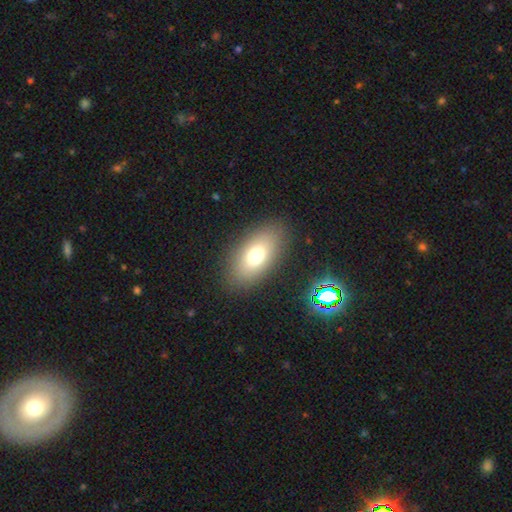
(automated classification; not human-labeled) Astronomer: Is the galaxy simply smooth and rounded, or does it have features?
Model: smooth — 73%.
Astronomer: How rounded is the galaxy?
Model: in between — 90%.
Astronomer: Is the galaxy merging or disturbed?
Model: none — 86%.